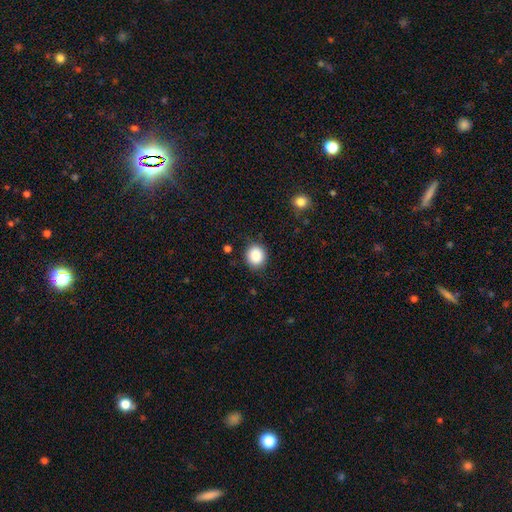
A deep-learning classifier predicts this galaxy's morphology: Q: Smooth or featured?
A: smooth (87%); runner-up: star or artifact (9%)
Q: How rounded?
A: round (77%); runner-up: in between (22%)
Q: Merging?
A: none (87%); runner-up: minor disturbance (9%)